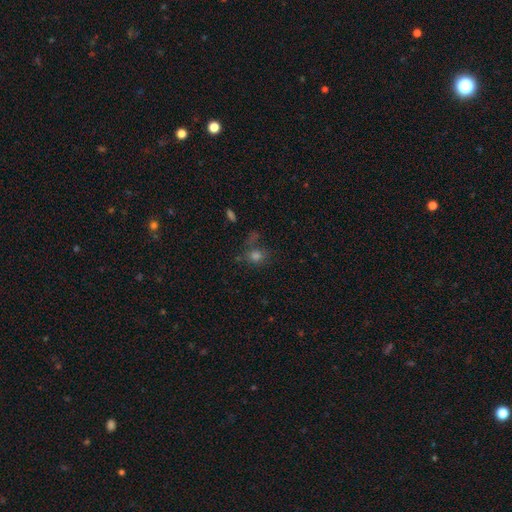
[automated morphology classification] Q: Smooth or featured?
A: smooth (64%); runner-up: star or artifact (25%)
Q: How rounded?
A: round (67%); runner-up: in between (32%)
Q: Merging?
A: none (58%); runner-up: minor disturbance (17%)